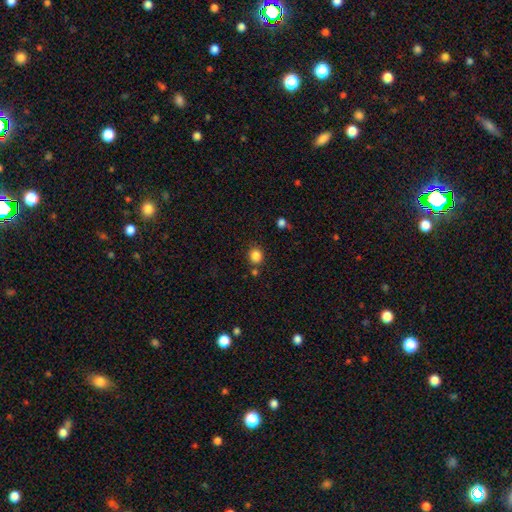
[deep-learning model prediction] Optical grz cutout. It shows a smooth galaxy with no disk features (85%) that is round (84%). Merging: none (81%).